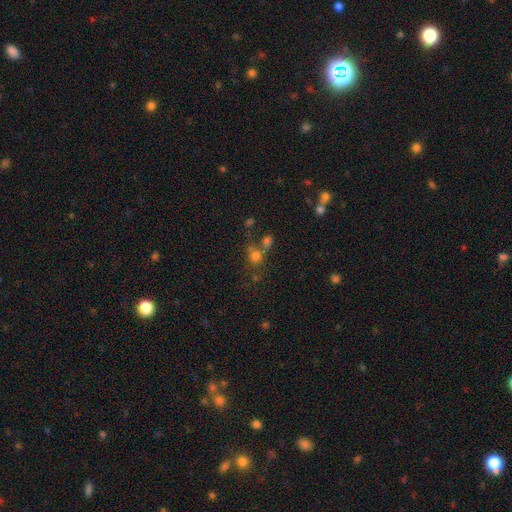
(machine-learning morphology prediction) A smooth galaxy with no disk features (71%) that is round (81%). Merging: none (45%).